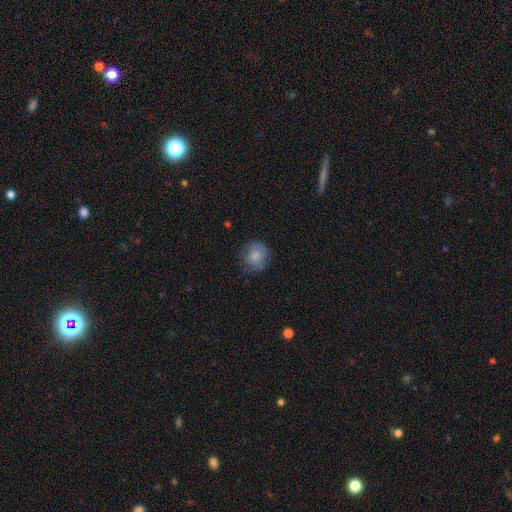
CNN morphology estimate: Q: Smooth or featured?
A: smooth (81%); runner-up: featured or disk (11%)
Q: How rounded?
A: round (84%); runner-up: in between (15%)
Q: Merging?
A: none (75%); runner-up: minor disturbance (19%)